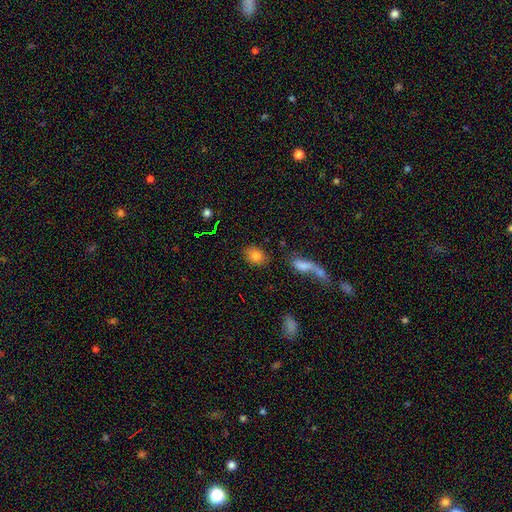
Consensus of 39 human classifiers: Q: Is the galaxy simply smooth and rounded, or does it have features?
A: smooth — 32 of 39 (82%).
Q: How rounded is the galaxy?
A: in between — 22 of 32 (69%).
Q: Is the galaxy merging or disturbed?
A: none — 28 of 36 (78%).